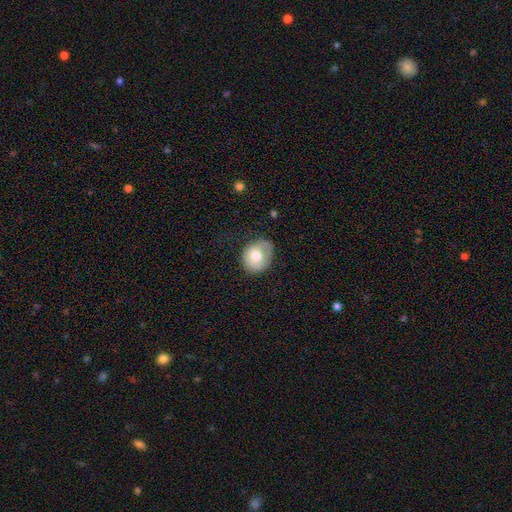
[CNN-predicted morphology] Smooth or featured?
  - smooth: 68% *
  - featured or disk: 25%
  - star or artifact: 7%
How rounded?
  - round: 53% *
  - in between: 46%
  - cigar-shaped: 1%
Merging?
  - none: 62% *
  - minor disturbance: 27%
  - major disturbance: 10%
  - merger: 2%